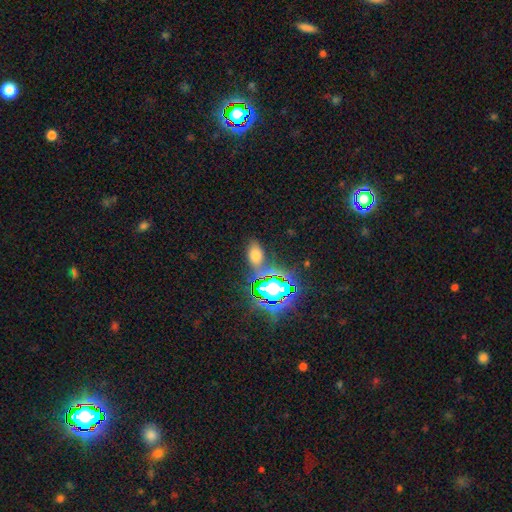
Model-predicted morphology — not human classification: This appears to be a smooth galaxy with no disk features (58%) that is in between round and cigar-shaped (89%). Merging: none (64%).